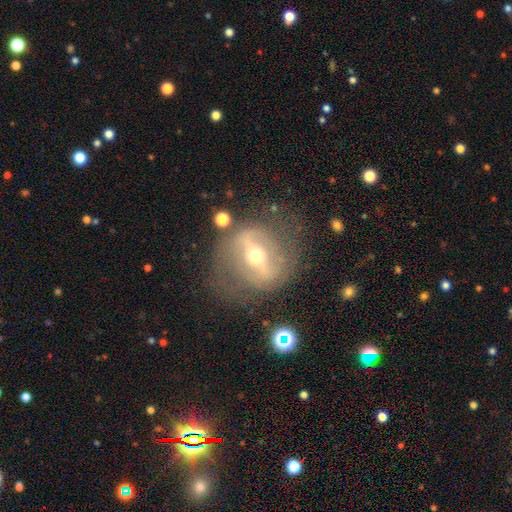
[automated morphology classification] type=featured or disk (74%); edge-on=no (89%); bar=strong (64%); spiral arms=no (57%); bulge=moderate (58%); merging=none (66%).